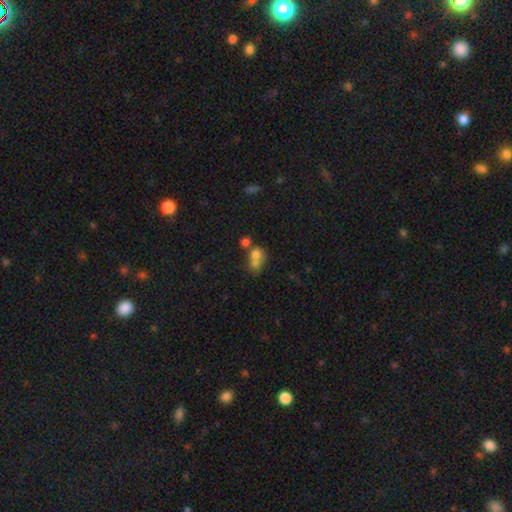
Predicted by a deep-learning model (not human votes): smooth-or-featured: smooth: 70% | featured or disk: 17% | star or artifact: 14%
  how-rounded: round: 68% | in between: 31% | cigar-shaped: 1%
  merging: merger: 59% | none: 28% | minor disturbance: 8% | major disturbance: 5%